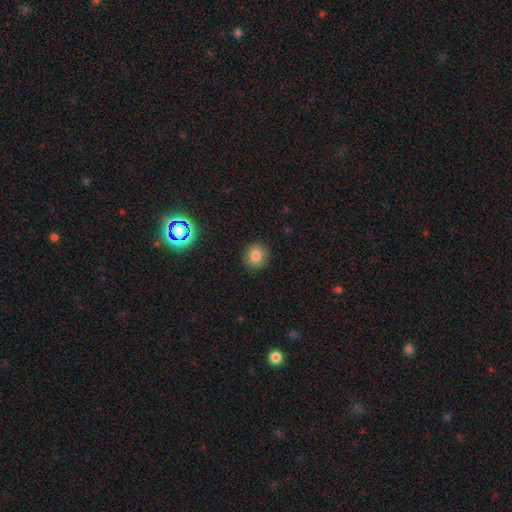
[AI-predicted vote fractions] A smooth galaxy with no disk features (80%) that is round (89%). Merging: none (91%).